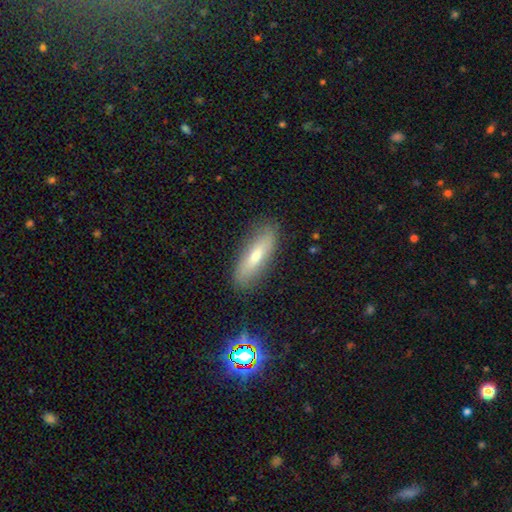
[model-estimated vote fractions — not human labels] smooth 61%, featured or disk 30%, star or artifact 9%. Down the decision tree: how rounded — cigar-shaped (54%); merging — none (84%).